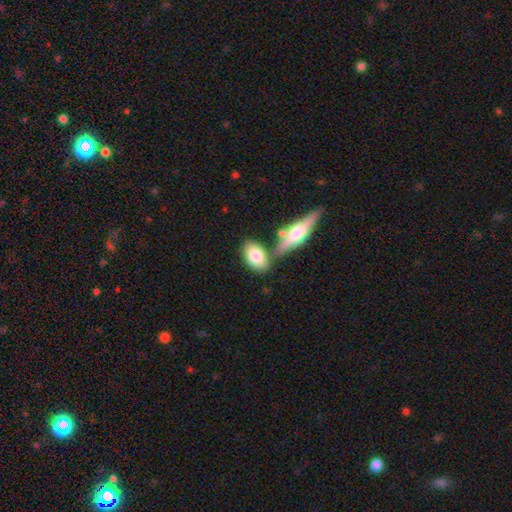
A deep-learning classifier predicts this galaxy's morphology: Overall: smooth (79%). How rounded: in between (89%). Merging: none (59%; merger 23%).